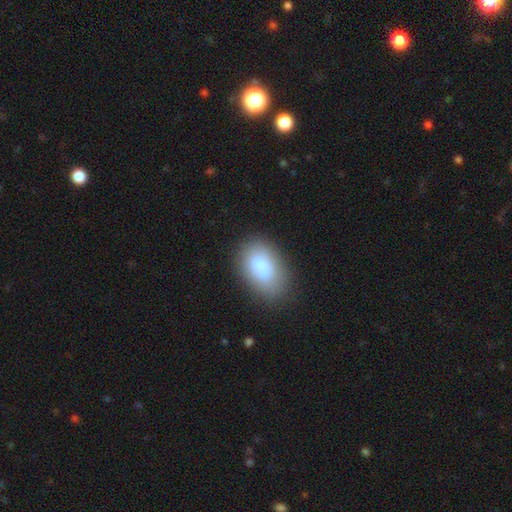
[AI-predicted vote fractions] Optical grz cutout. It shows a smooth galaxy with no disk features (81%) that is in between round and cigar-shaped (87%). Merging: none (80%).